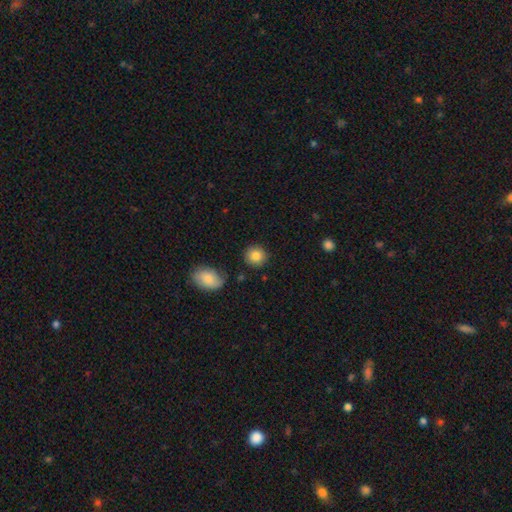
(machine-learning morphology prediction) Smooth or featured? smooth (85%)
How rounded? round (88%)
Merging? none (87%)